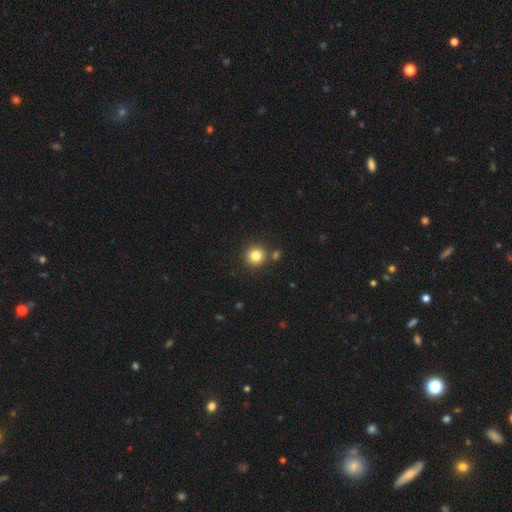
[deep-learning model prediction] Smooth or featured? Predicted: smooth (p=0.82). How rounded? Predicted: round (p=0.93). Merging? Predicted: none (p=0.82).